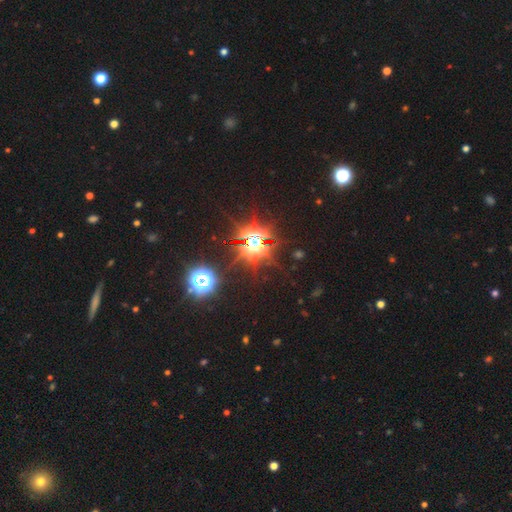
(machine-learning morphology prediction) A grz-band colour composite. It shows a star or artifact, not a galaxy (82%).